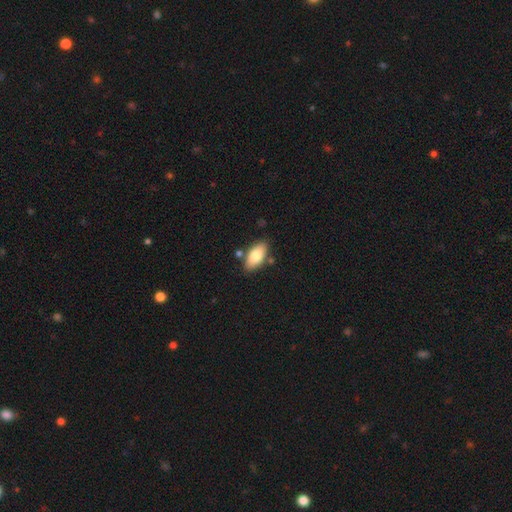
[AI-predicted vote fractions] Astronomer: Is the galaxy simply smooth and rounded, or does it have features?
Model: smooth — 77%.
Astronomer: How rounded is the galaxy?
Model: in between — 90%.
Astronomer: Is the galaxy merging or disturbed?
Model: none — 80%.